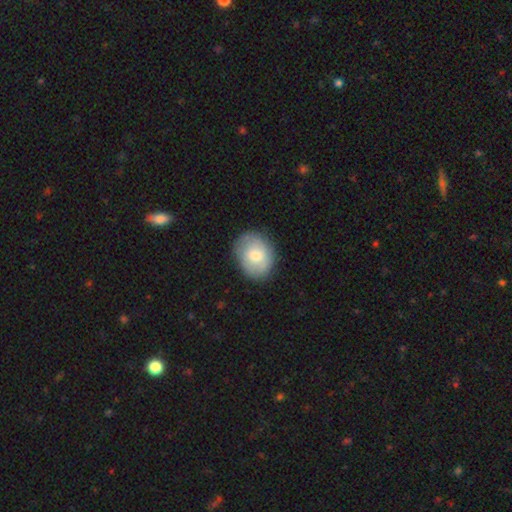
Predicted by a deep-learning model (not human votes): Q: Smooth or featured?
A: smooth (67%); runner-up: featured or disk (27%)
Q: How rounded?
A: round (52%); runner-up: in between (47%)
Q: Merging?
A: none (79%); runner-up: minor disturbance (16%)